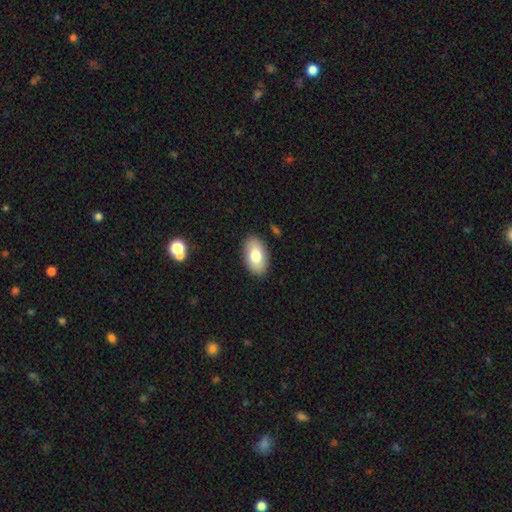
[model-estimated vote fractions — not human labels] Smooth or featured? smooth (77%)
How rounded? in between (94%)
Merging? none (88%)